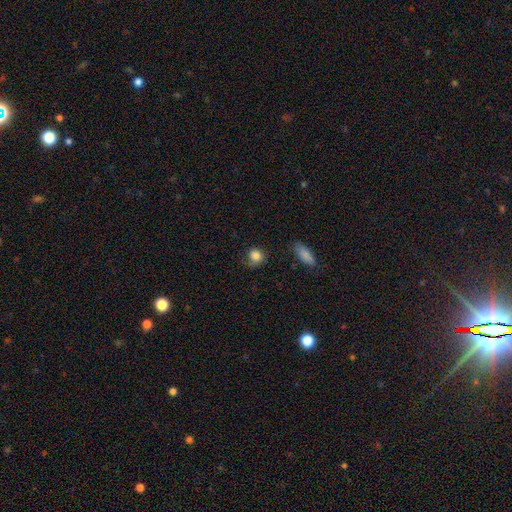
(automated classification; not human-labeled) This appears to be a smooth galaxy with no disk features (84%) that is round (75%). Merging: none (59%).